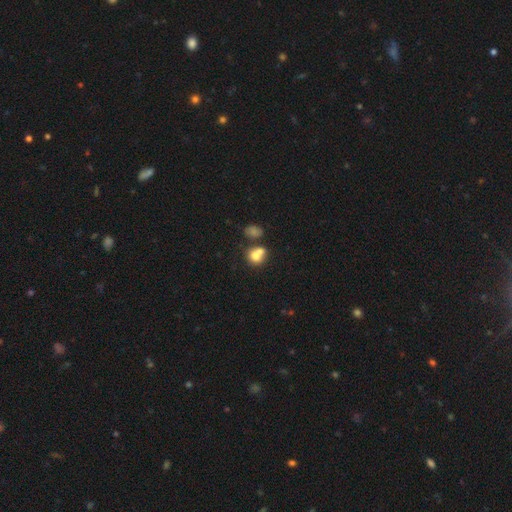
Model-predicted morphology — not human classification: type=smooth (75%); roundness=round (66%); merging=merger (52%).